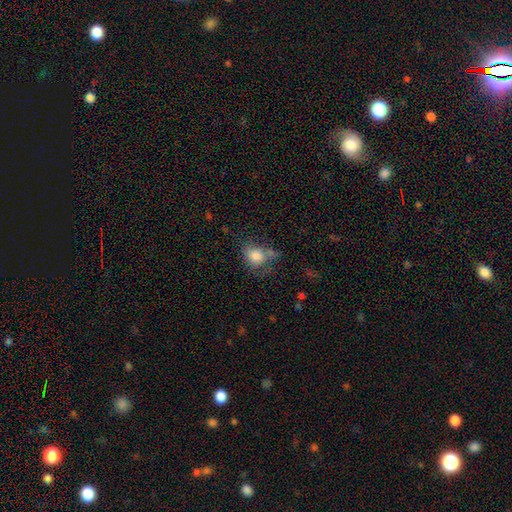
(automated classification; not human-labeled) The model was most divided on "how rounded": round: 56%, in between: 43%, cigar-shaped: 1%. Remaining: smooth or featured — smooth (77%); merging — none (42%).